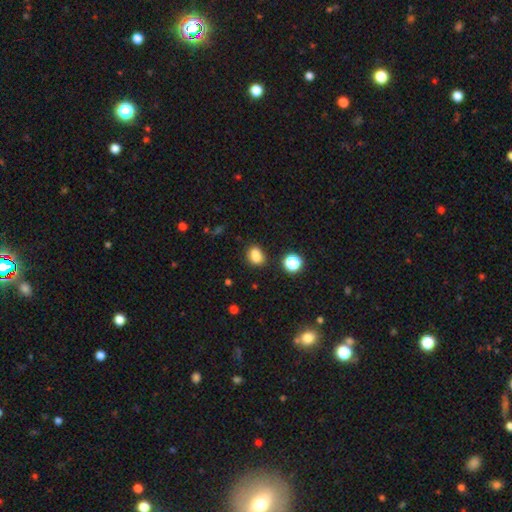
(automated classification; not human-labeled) Smooth or featured: smooth — 81% (star or artifact — 13%)
How rounded: in between — 61% (round — 38%)
Merging: none — 70% (minor disturbance — 16%)